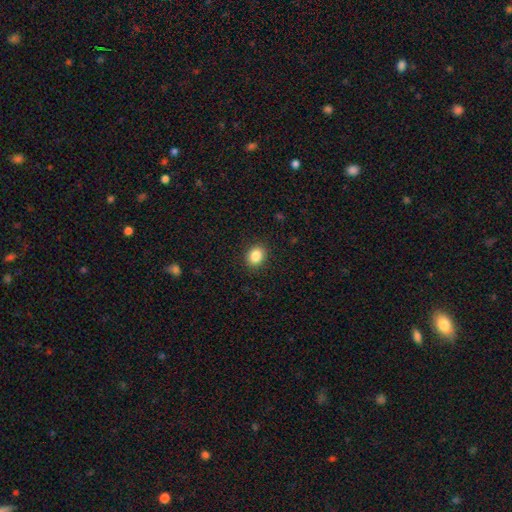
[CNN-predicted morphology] Smooth or featured: smooth — 86% (star or artifact — 9%)
How rounded: in between — 51% (round — 48%)
Merging: none — 90% (minor disturbance — 7%)